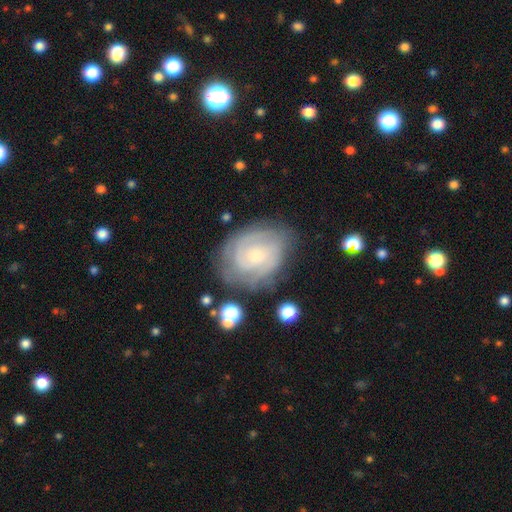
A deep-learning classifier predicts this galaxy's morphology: The model was most divided on "spiral arm count": 2: 34%, can't tell: 33%, 3: 18%, 4: 6%, 1: 4%, more than 4: 4%. More confident: edge-on disk — no (97%); spiral arms — yes (93%); smooth or featured — featured or disk (79%); bulge size — small (73%); merging — none (71%); bar — no (70%); spiral winding — tight (66%).